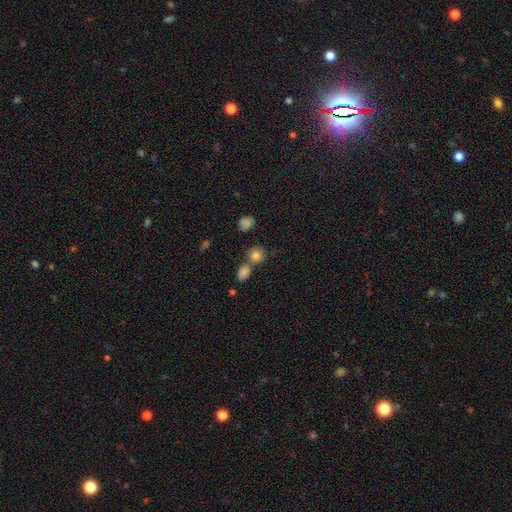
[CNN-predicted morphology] Smooth or featured: smooth — 81% (star or artifact — 12%)
How rounded: round — 80% (in between — 19%)
Merging: none — 56% (merger — 32%)